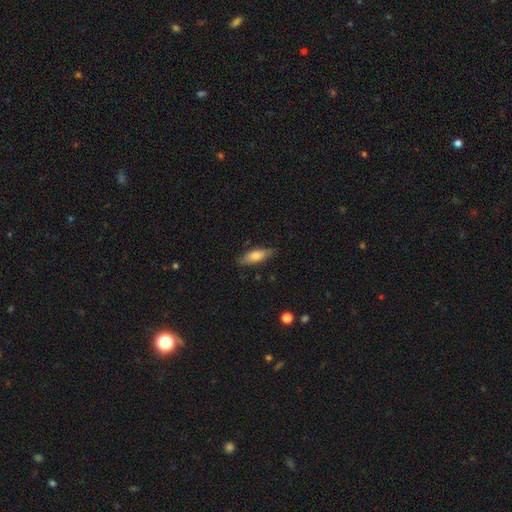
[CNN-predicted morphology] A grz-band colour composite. It shows a smooth galaxy with no disk features (69%) that is in between round and cigar-shaped (59%). Merging: none (80%).